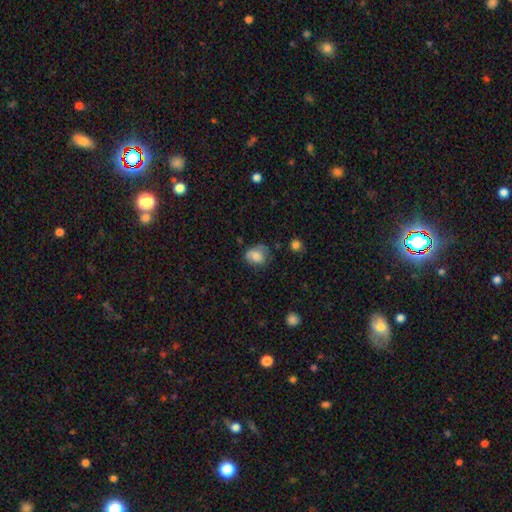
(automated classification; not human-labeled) smooth-or-featured: smooth: 73% | featured or disk: 19% | star or artifact: 9%
  how-rounded: in between: 54% | round: 45% | cigar-shaped: 1%
  merging: none: 53% | minor disturbance: 32% | major disturbance: 13% | merger: 2%